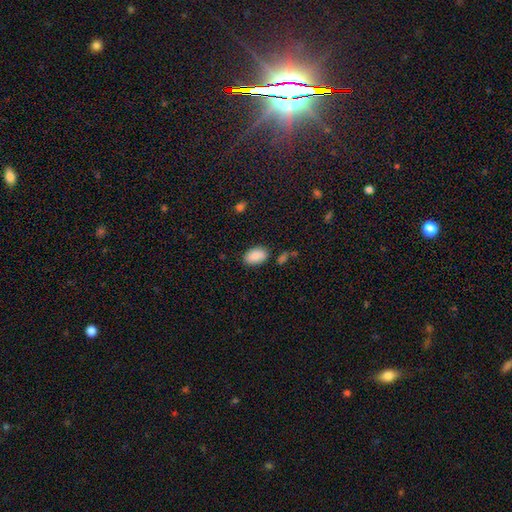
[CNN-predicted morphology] smooth-or-featured: smooth: 88% | star or artifact: 7% | featured or disk: 5%
  how-rounded: in between: 91% | round: 8% | cigar-shaped: 1%
  merging: none: 81% | minor disturbance: 12% | merger: 4% | major disturbance: 3%